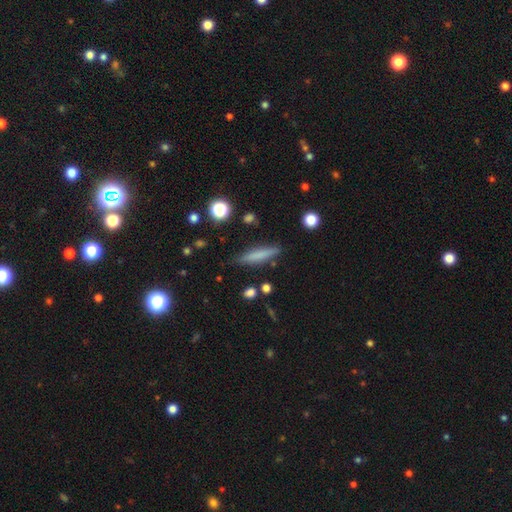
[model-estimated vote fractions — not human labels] Smooth or featured? Predicted: smooth (p=0.68). How rounded? Predicted: cigar-shaped (p=0.86). Merging? Predicted: none (p=0.85).